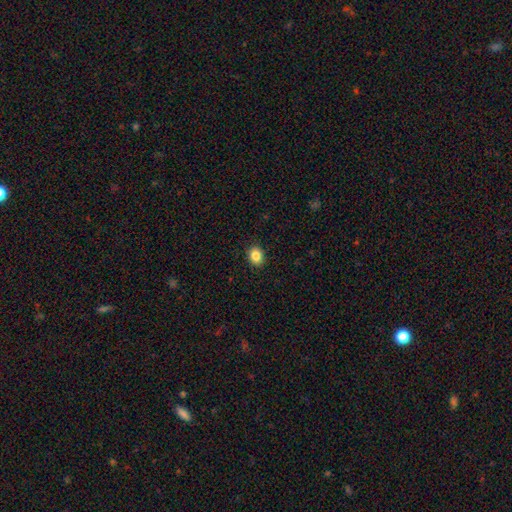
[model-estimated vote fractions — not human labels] smooth 86%, star or artifact 10%, featured or disk 4%. Down the decision tree: how rounded — round (50%); merging — none (90%).